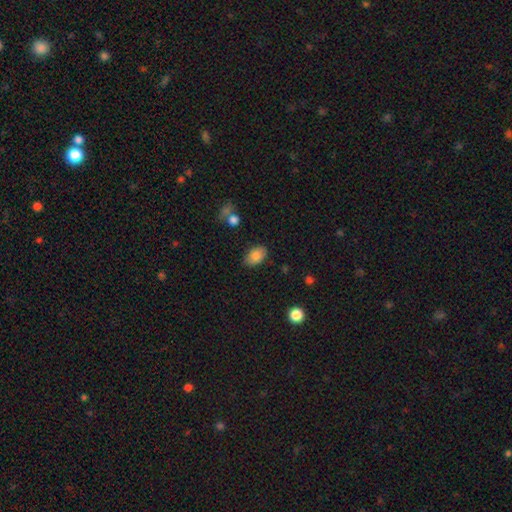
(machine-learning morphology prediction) Q: Smooth or featured?
A: smooth (84%); runner-up: featured or disk (8%)
Q: How rounded?
A: in between (89%); runner-up: round (10%)
Q: Merging?
A: none (81%); runner-up: minor disturbance (14%)